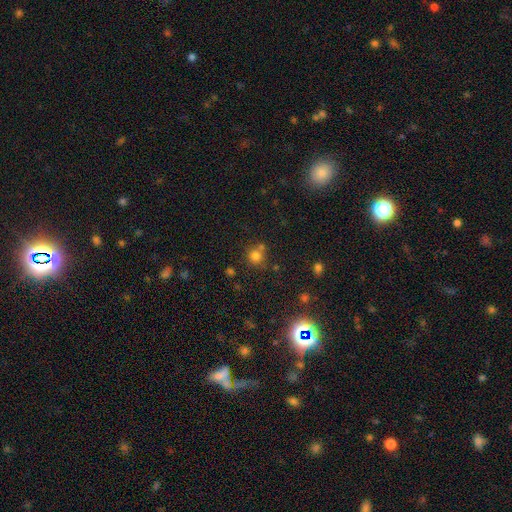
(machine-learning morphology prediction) A smooth galaxy with no disk features (76%) that is round (89%). Merging: none (63%).